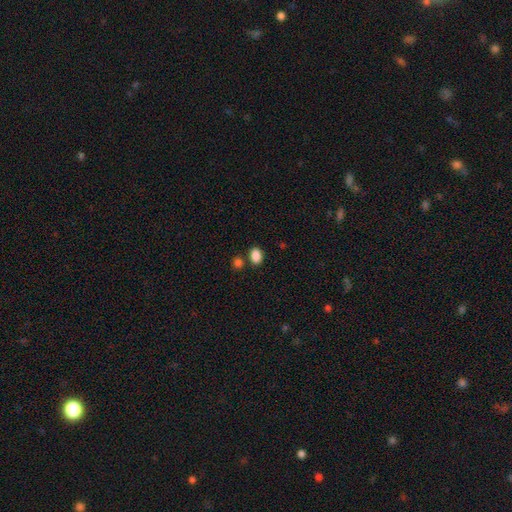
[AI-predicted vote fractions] Q: Smooth or featured?
A: smooth (87%); runner-up: star or artifact (9%)
Q: How rounded?
A: in between (75%); runner-up: round (24%)
Q: Merging?
A: none (77%); runner-up: minor disturbance (10%)